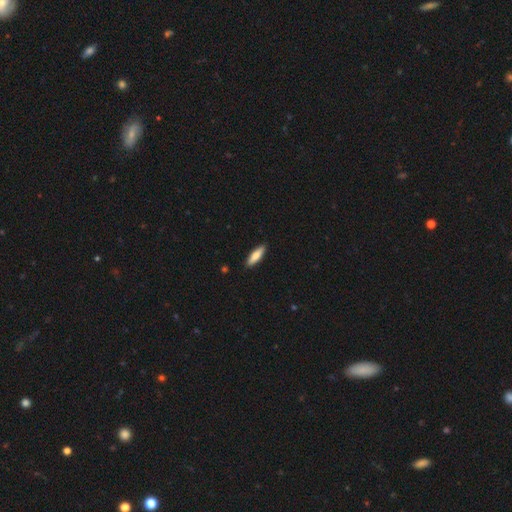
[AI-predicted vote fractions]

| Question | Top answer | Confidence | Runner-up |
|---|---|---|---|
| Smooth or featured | smooth | 78% | featured or disk (17%) |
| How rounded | cigar-shaped | 62% | in between (36%) |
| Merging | none | 90% | minor disturbance (7%) |